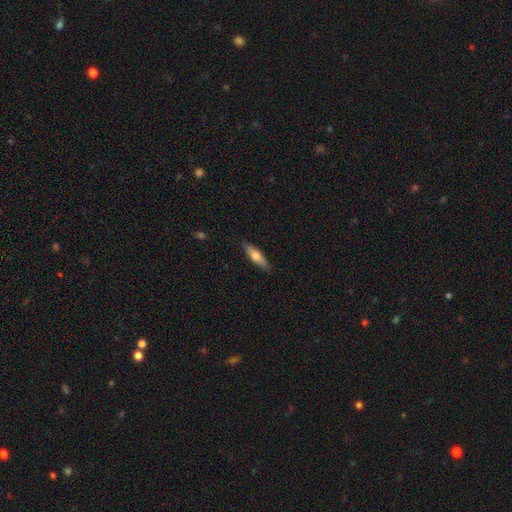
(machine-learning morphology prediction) A smooth galaxy with no disk features (64%) that is cigar-shaped (62%).

Vote fractions:
- Smooth or featured? smooth: 64% / featured or disk: 30% / star or artifact: 6%
- How rounded? cigar-shaped: 62% / in between: 36% / round: 2%
- Merging? none: 86% / minor disturbance: 11% / major disturbance: 2% / merger: 1%